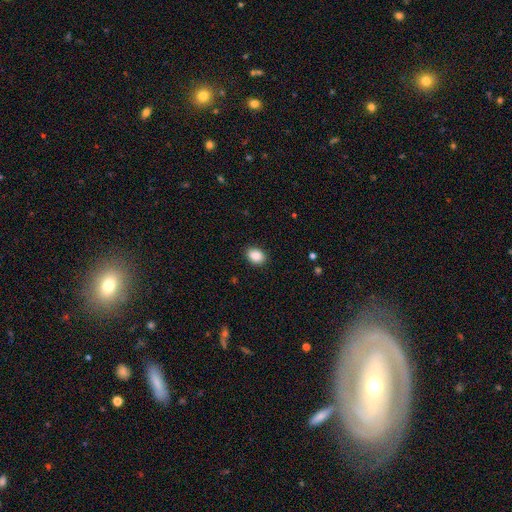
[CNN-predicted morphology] Smooth or featured: smooth — 89% (star or artifact — 8%)
How rounded: in between — 68% (round — 31%)
Merging: none — 89% (minor disturbance — 8%)